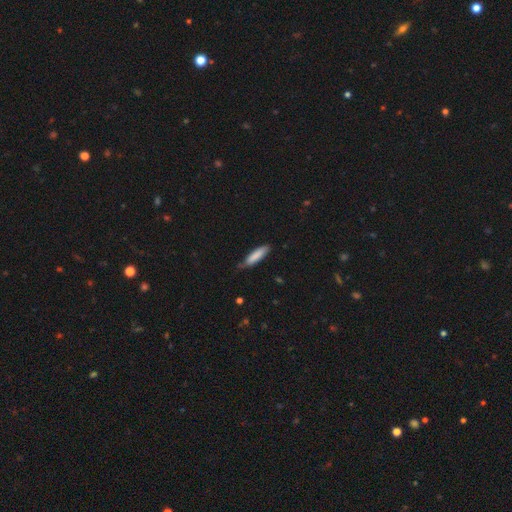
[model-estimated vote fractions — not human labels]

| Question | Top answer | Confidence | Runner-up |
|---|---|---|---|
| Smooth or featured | smooth | 84% | featured or disk (11%) |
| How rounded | cigar-shaped | 73% | in between (26%) |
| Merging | none | 69% | minor disturbance (26%) |